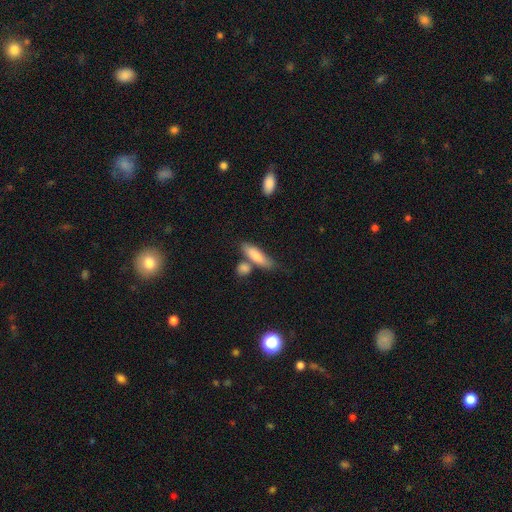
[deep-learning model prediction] Q: Smooth or featured?
A: smooth (79%); runner-up: featured or disk (15%)
Q: How rounded?
A: cigar-shaped (53%); runner-up: in between (44%)
Q: Merging?
A: none (57%); runner-up: merger (22%)